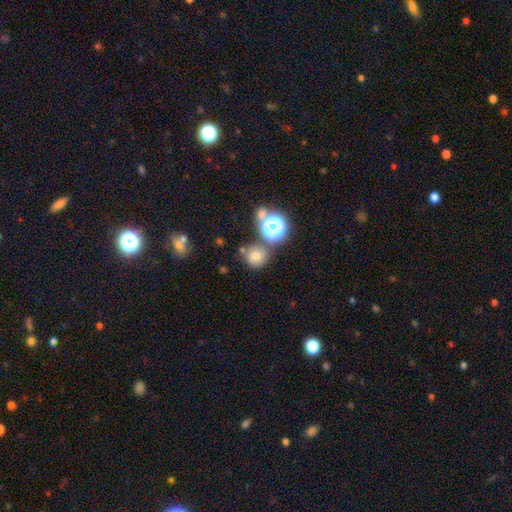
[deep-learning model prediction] This is likely a smooth galaxy (67%). How rounded: clearly round (88%). Merging: likely none (70%).